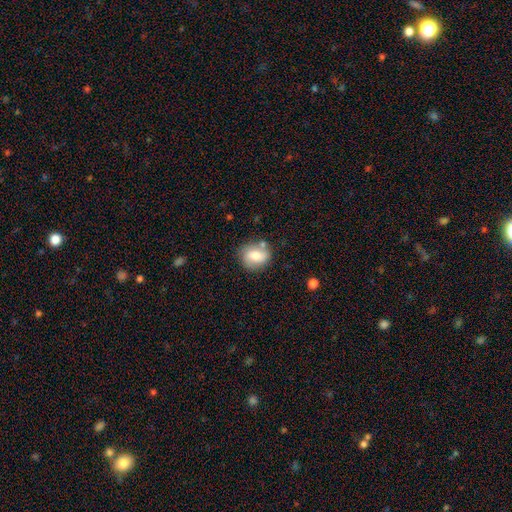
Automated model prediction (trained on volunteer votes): This is likely a smooth galaxy (63%). How rounded: likely round (69%). Merging: likely none (73%).